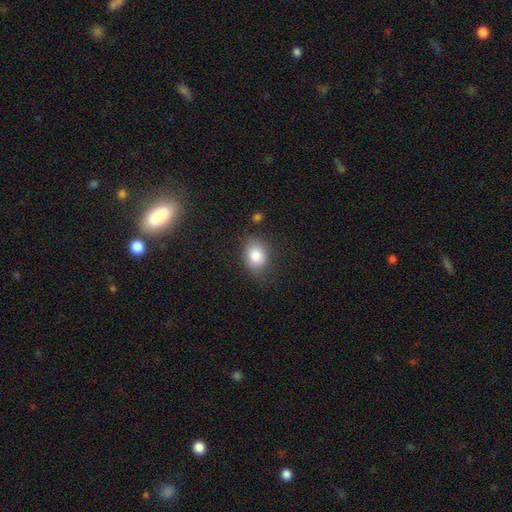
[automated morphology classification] smooth 84%, star or artifact 8%, featured or disk 8%. Down the decision tree: how rounded — in between (64%); merging — none (72%).